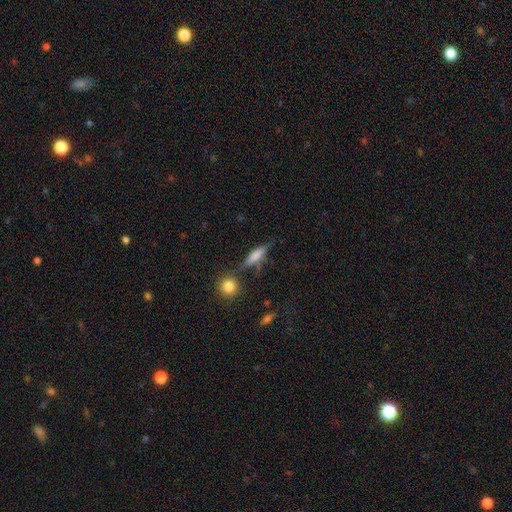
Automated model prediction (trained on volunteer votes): This is likely a smooth galaxy (67%). How rounded: possibly cigar-shaped (60%). Merging: likely none (64%).